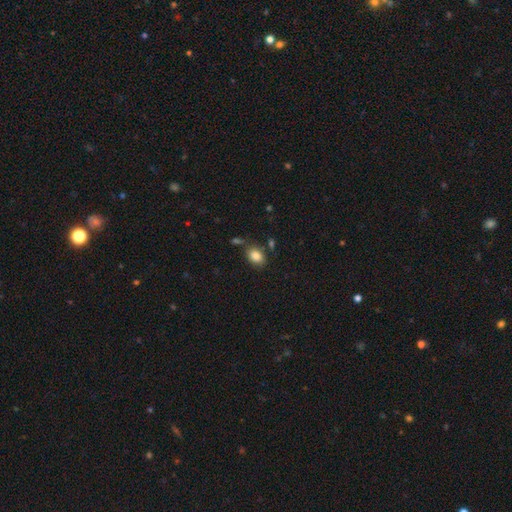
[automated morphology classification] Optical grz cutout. It shows a smooth galaxy with no disk features (85%) that is in between round and cigar-shaped (73%). Merging: none (73%).